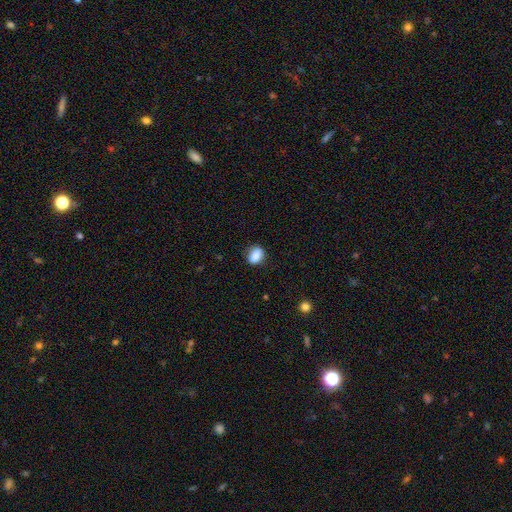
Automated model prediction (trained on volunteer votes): The model was most divided on "how rounded": in between: 70%, round: 27%, cigar-shaped: 2%. More confident: smooth or featured — smooth (85%); merging — none (80%).